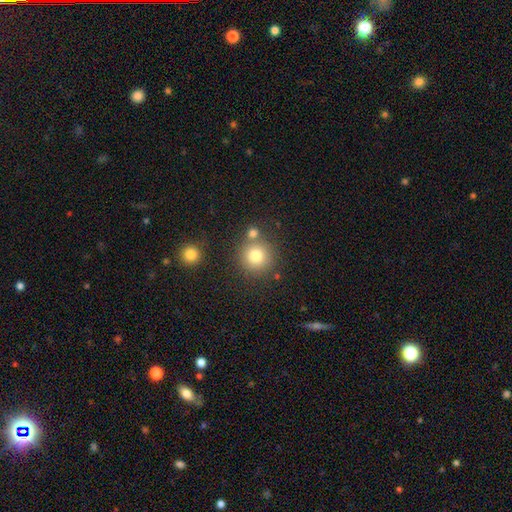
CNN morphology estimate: This is likely a smooth galaxy (78%). How rounded: clearly round (93%). Merging: likely none (73%).